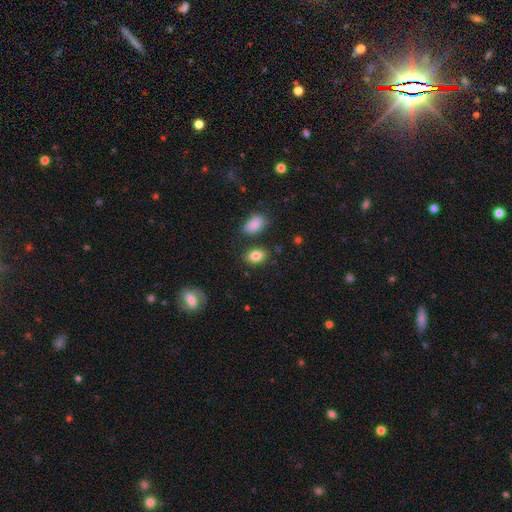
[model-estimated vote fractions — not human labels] A smooth galaxy with no disk features (85%) that is in between round and cigar-shaped (86%). Merging: none (81%).